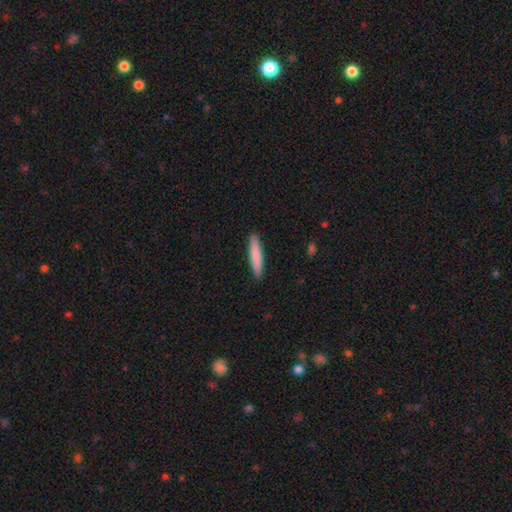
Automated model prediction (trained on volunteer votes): Q: Smooth or featured?
A: smooth (82%); runner-up: featured or disk (13%)
Q: How rounded?
A: cigar-shaped (90%); runner-up: in between (9%)
Q: Merging?
A: none (91%); runner-up: minor disturbance (7%)